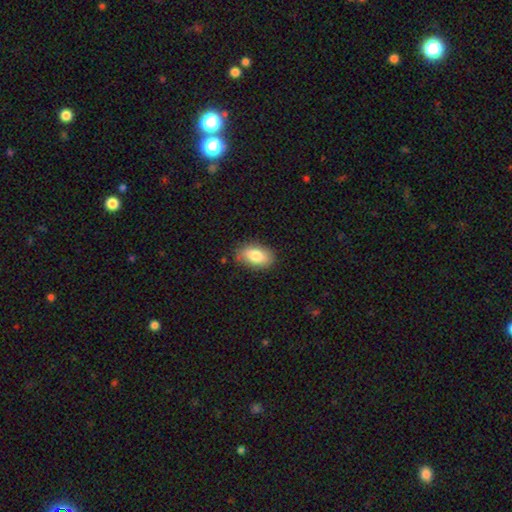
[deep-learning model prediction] Smooth or featured: smooth — 81% (featured or disk — 12%)
How rounded: in between — 91% (round — 7%)
Merging: none — 81% (minor disturbance — 14%)